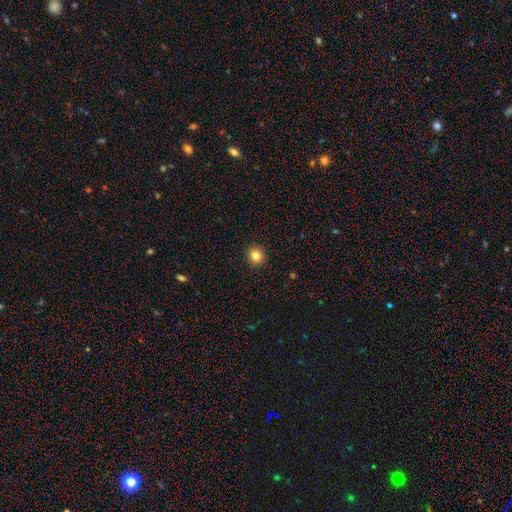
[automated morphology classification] Q: Smooth or featured?
A: smooth (84%); runner-up: star or artifact (11%)
Q: How rounded?
A: round (87%); runner-up: in between (12%)
Q: Merging?
A: none (92%); runner-up: minor disturbance (5%)